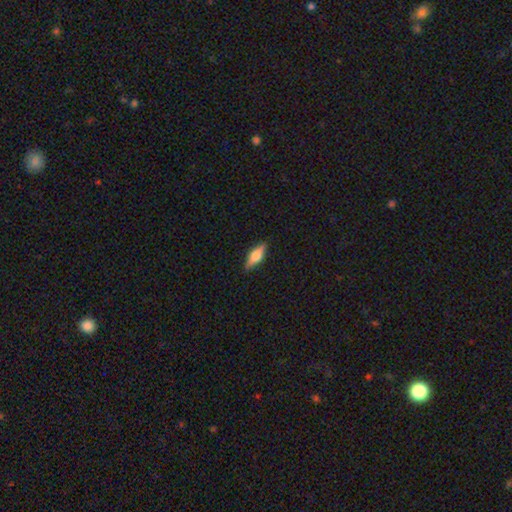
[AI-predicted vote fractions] Smooth or featured? Predicted: featured or disk (p=0.49). Merging? Predicted: none (p=0.87).